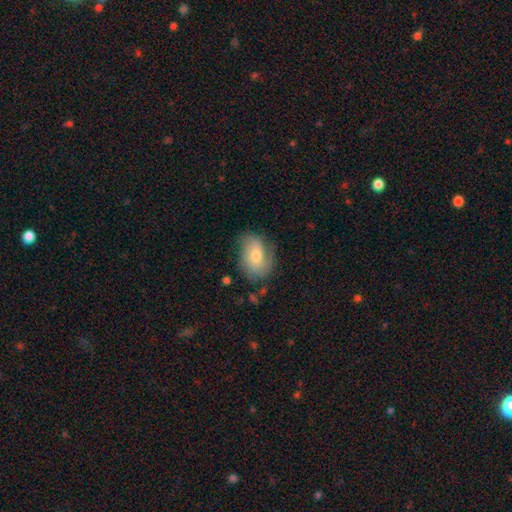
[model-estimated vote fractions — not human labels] Smooth or featured: smooth — 55% (featured or disk — 38%)
How rounded: in between — 77% (round — 22%)
Merging: none — 61% (minor disturbance — 27%)